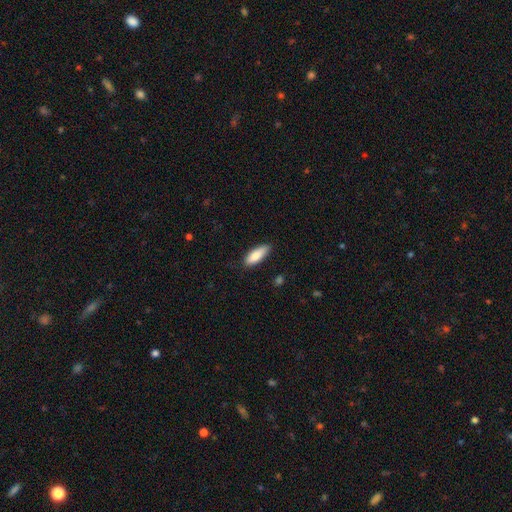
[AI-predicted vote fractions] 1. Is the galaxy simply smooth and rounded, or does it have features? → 84% smooth, 10% featured or disk, 6% star or artifact.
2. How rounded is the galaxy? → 64% in between, 34% cigar-shaped, 2% round.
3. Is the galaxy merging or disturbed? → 82% none, 14% minor disturbance, 2% major disturbance, 1% merger.